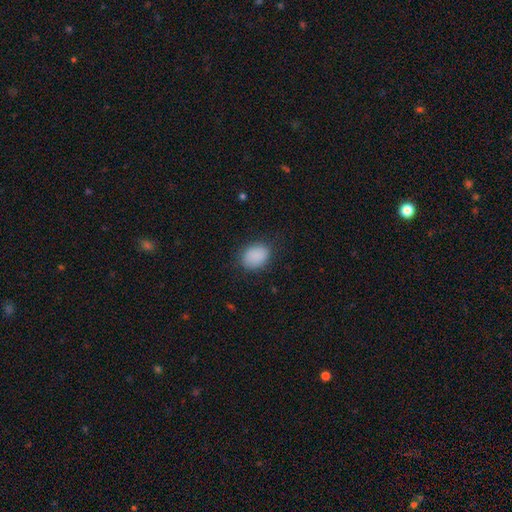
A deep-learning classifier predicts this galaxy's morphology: type=smooth (88%); roundness=in between (64%); merging=none (81%).